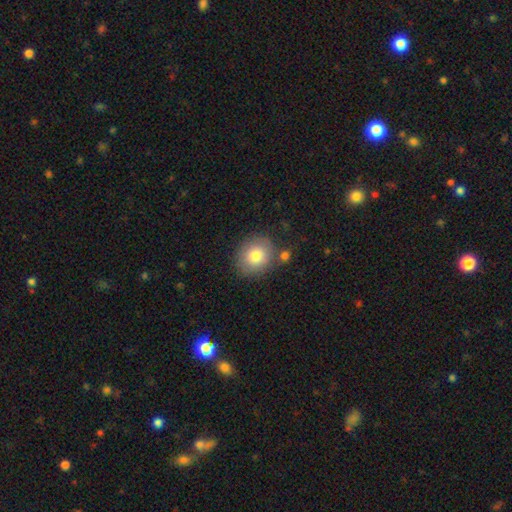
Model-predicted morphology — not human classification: Smooth or featured? Predicted: smooth (p=0.81). How rounded? Predicted: round (p=0.76). Merging? Predicted: none (p=0.77).